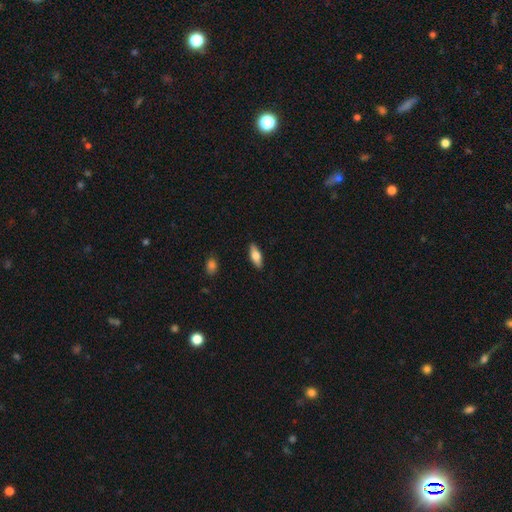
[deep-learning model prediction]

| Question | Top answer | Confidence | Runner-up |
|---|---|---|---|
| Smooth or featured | smooth | 70% | featured or disk (24%) |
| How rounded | in between | 72% | cigar-shaped (26%) |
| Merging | none | 88% | minor disturbance (9%) |